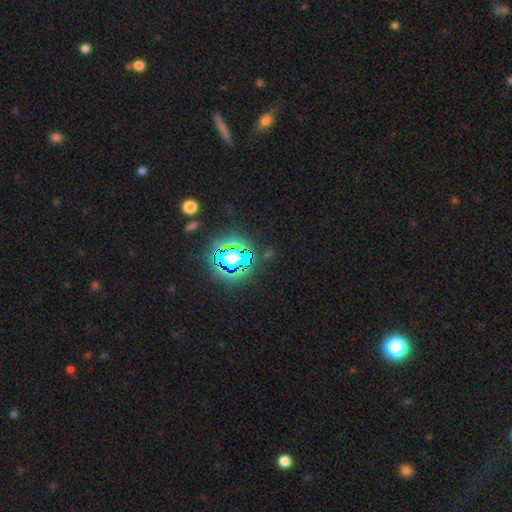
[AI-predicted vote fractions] The model was most divided on "smooth or featured": star or artifact: 80%, smooth: 13%, featured or disk: 8%.